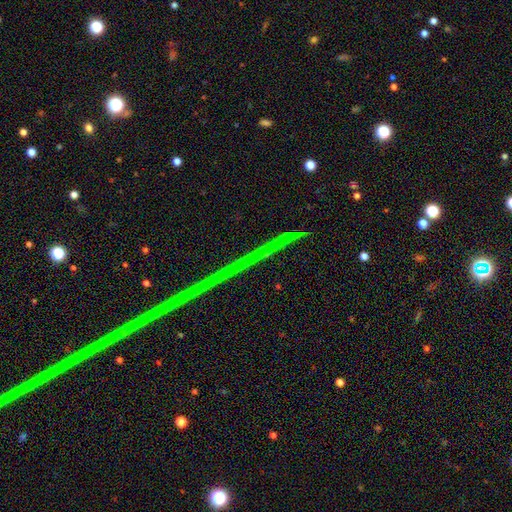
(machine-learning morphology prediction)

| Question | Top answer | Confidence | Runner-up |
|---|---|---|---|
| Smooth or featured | star or artifact | 78% | featured or disk (15%) |